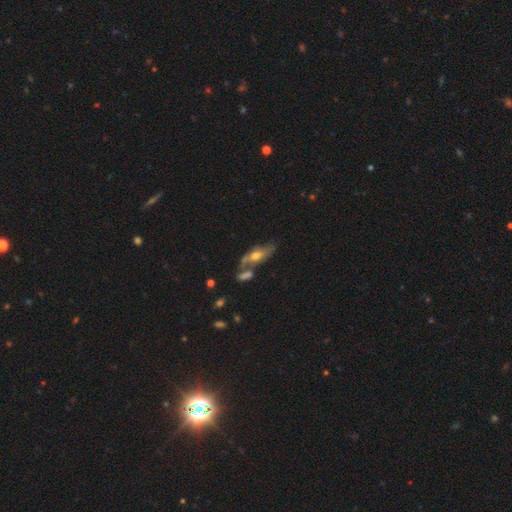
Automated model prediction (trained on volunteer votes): featured or disk 41%, star or artifact 32%, smooth 27%. Down the decision tree: merging — none (50%).